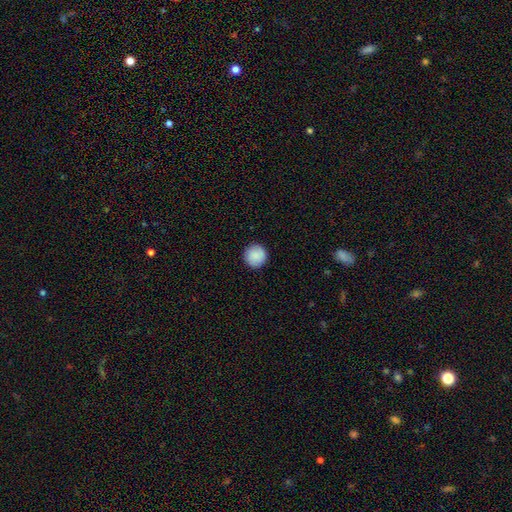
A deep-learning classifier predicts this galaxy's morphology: Q: Smooth or featured?
A: smooth (89%); runner-up: star or artifact (7%)
Q: How rounded?
A: round (96%); runner-up: in between (3%)
Q: Merging?
A: none (92%); runner-up: minor disturbance (5%)